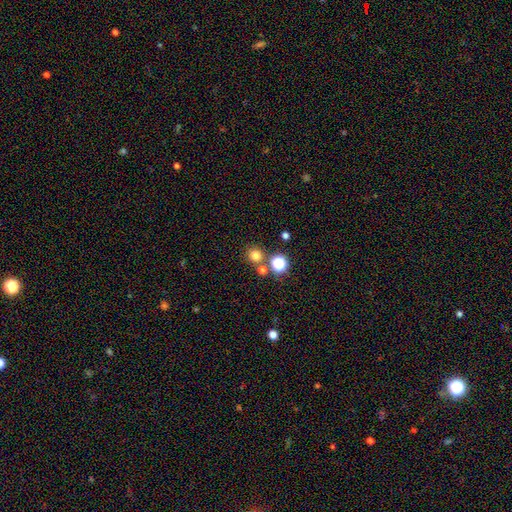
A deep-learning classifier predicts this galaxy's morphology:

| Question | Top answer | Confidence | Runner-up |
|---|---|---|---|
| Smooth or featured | smooth | 75% | star or artifact (19%) |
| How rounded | round | 90% | in between (9%) |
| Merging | none | 75% | merger (15%) |